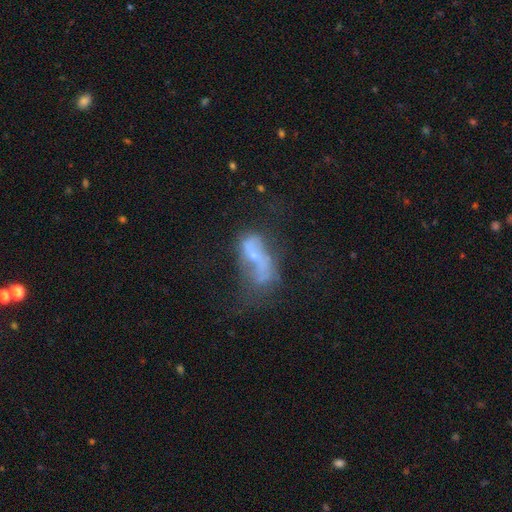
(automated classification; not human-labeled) A featured or disk galaxy (62%) with no bar (64%), no spiral arms (60%) and a small central bulge (62%). Merging: none (31%).